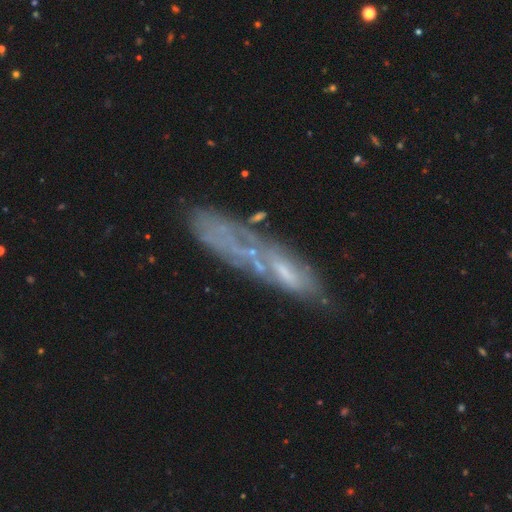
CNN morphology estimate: Overall: featured or disk (44%; smooth 29%). Merging: none (48%; minor disturbance 18%).